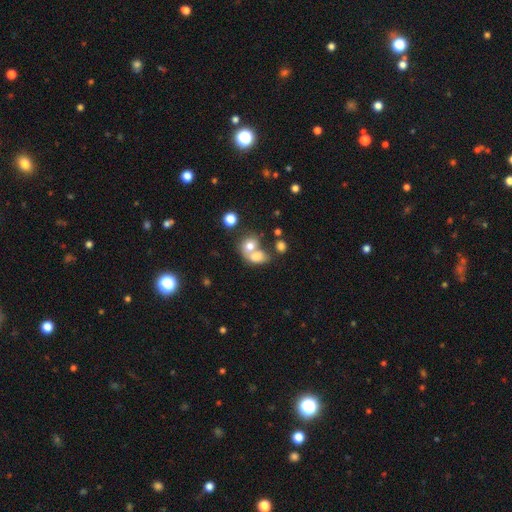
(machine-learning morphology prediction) A smooth galaxy with no disk features (73%) that is in between round and cigar-shaped (66%). Merging: merger (63%).